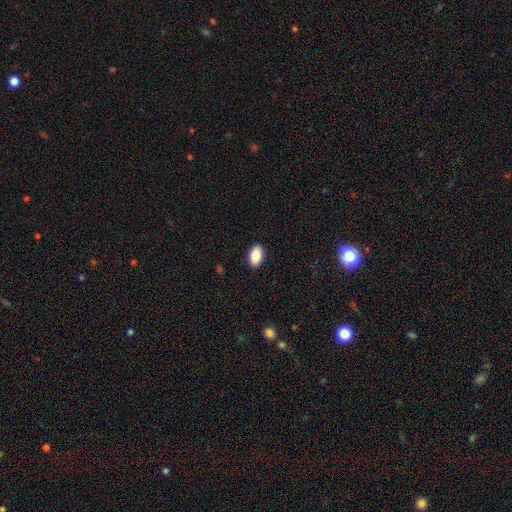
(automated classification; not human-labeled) Smooth or featured? smooth (87%)
How rounded? in between (92%)
Merging? none (90%)